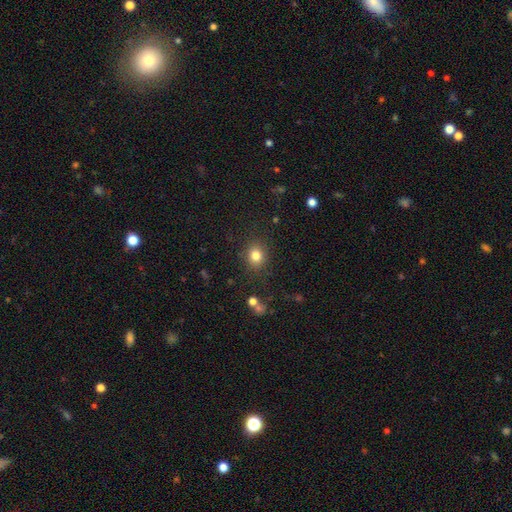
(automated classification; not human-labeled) smooth 81%, star or artifact 12%, featured or disk 6%. Down the decision tree: how rounded — round (72%); merging — none (86%).